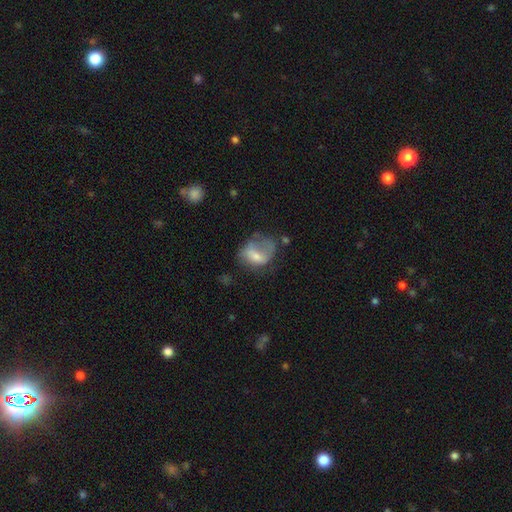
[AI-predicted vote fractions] smooth_or_featured: smooth (p=0.53) [alt: featured or disk p=0.38]
how_rounded: in between (p=0.68) [alt: round p=0.31]
merging: major disturbance (p=0.42) [alt: none p=0.26]